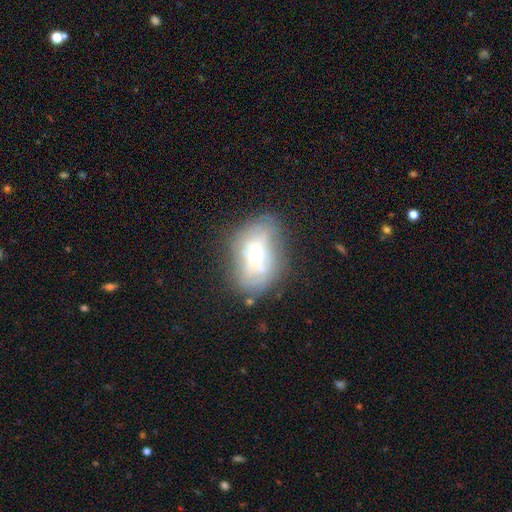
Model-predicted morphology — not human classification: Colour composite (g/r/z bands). It shows a featured or disk galaxy (49%). Merging: none (56%).